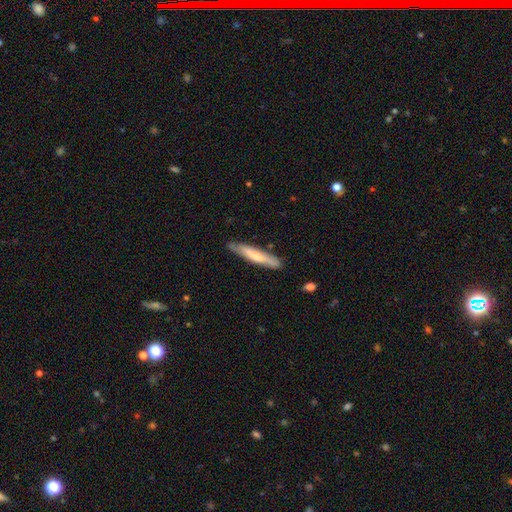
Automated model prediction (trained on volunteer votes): smooth 59%, featured or disk 36%, star or artifact 5%. Down the decision tree: how rounded — cigar-shaped (91%); merging — none (81%).